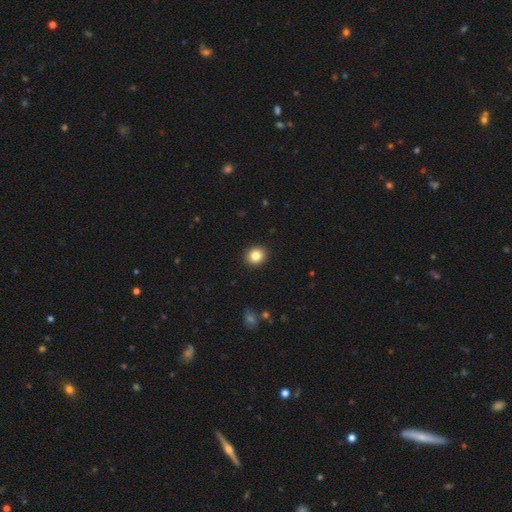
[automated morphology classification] type=smooth (83%); roundness=round (79%); merging=none (92%).